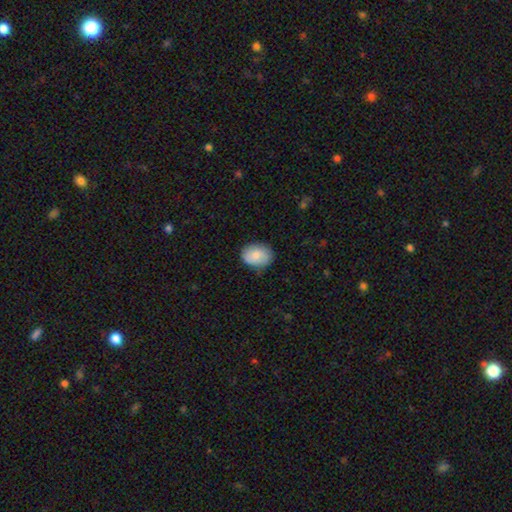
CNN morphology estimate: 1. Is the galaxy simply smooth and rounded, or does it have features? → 79% smooth, 15% featured or disk, 6% star or artifact.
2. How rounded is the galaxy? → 67% in between, 32% round, 1% cigar-shaped.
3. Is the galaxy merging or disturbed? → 76% none, 19% minor disturbance, 4% major disturbance, 1% merger.